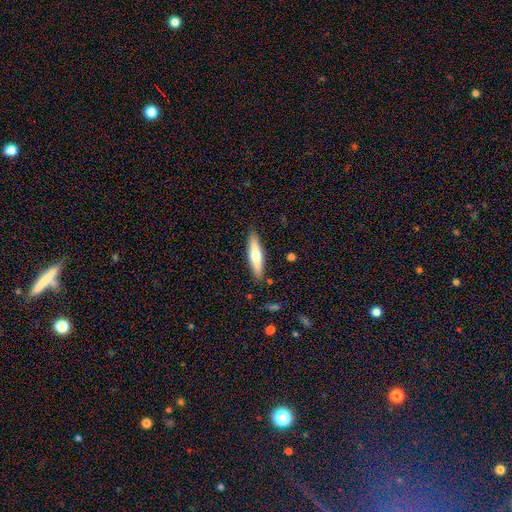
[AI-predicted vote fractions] A smooth galaxy with no disk features (57%) that is cigar-shaped (78%). Merging: none (88%).